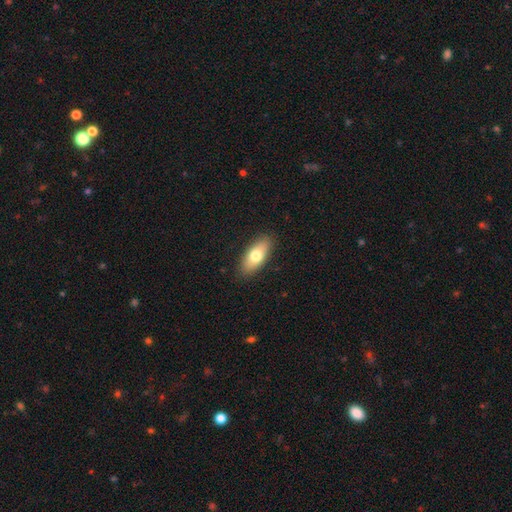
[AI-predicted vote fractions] smooth_or_featured: smooth (p=0.73) [alt: featured or disk p=0.20]
how_rounded: in between (p=0.82) [alt: cigar-shaped p=0.14]
merging: none (p=0.88) [alt: minor disturbance p=0.09]